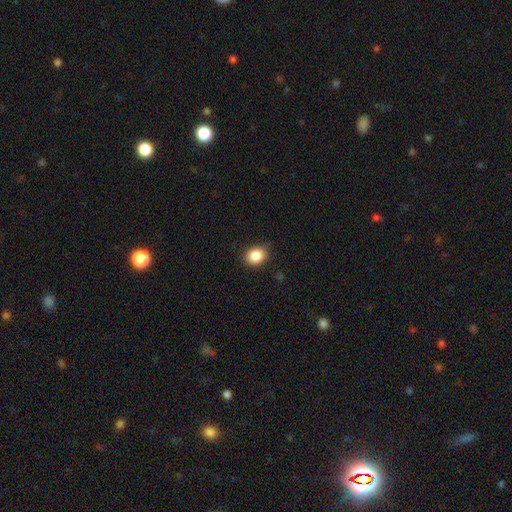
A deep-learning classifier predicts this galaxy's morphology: A smooth galaxy with no disk features (87%) that is round (50%).

Vote fractions:
- Smooth or featured? smooth: 87% / star or artifact: 9% / featured or disk: 4%
- How rounded? round: 50% / in between: 49% / cigar-shaped: 1%
- Merging? none: 85% / minor disturbance: 12% / major disturbance: 3% / merger: 1%